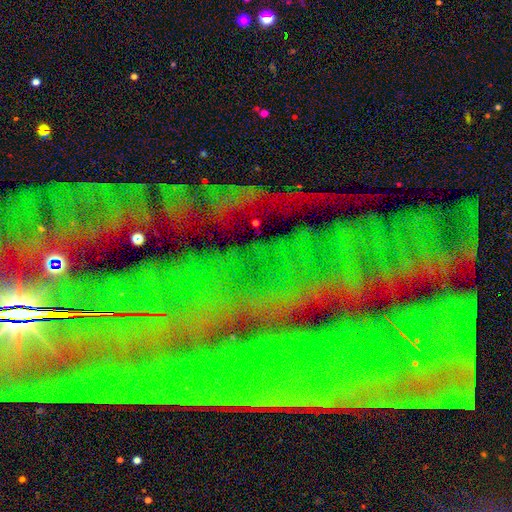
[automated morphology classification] A star or artifact, not a galaxy (85%).